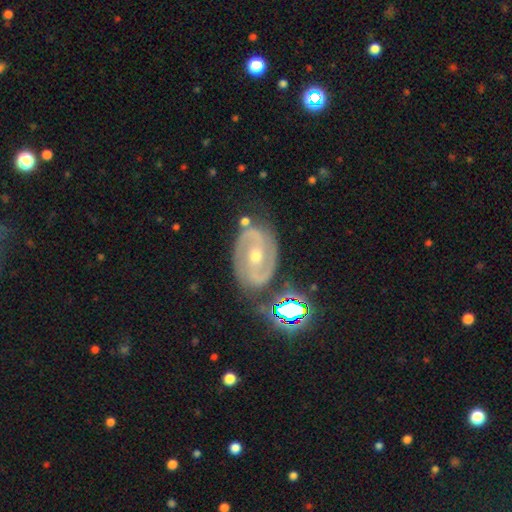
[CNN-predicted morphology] Smooth or featured?
  - featured or disk: 85% *
  - smooth: 8%
  - star or artifact: 7%
Edge-on disk?
  - no: 97% *
  - yes: 3%
Bar?
  - weak: 38% *
  - no: 35%
  - strong: 27%
Spiral arms?
  - yes: 94% *
  - no: 6%
Spiral winding?
  - medium: 48% *
  - tight: 40%
  - loose: 12%
Spiral arm count?
  - 2: 89% *
  - can't tell: 5%
  - 3: 2%
  - 1: 1%
  - 4: 1%
  - more than 4: 1%
Bulge size?
  - moderate: 54% *
  - small: 42%
  - large: 2%
  - none: 1%
  - dominant: 1%
Merging?
  - none: 73% *
  - minor disturbance: 16%
  - major disturbance: 5%
  - merger: 5%